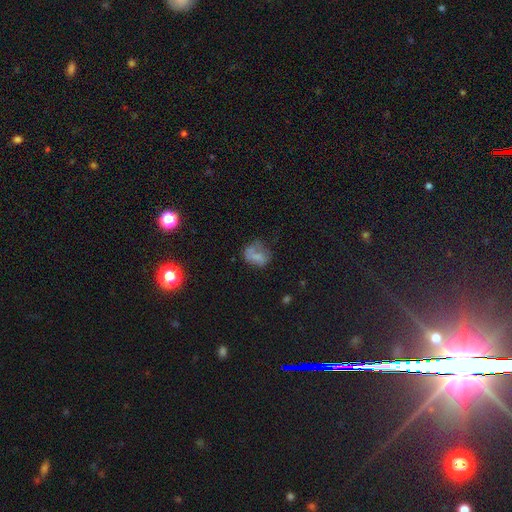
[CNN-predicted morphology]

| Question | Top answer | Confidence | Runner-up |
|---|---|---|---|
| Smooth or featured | smooth | 59% | featured or disk (26%) |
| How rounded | in between | 58% | round (40%) |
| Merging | none | 40% | minor disturbance (28%) |